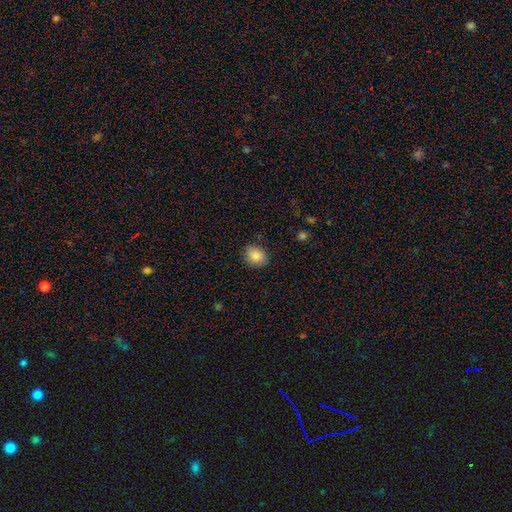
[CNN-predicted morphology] A smooth galaxy with no disk features (87%) that is round (60%).

Vote fractions:
- Smooth or featured? smooth: 87% / star or artifact: 9% / featured or disk: 5%
- How rounded? round: 60% / in between: 39% / cigar-shaped: 1%
- Merging? none: 86% / minor disturbance: 11% / major disturbance: 3% / merger: 1%